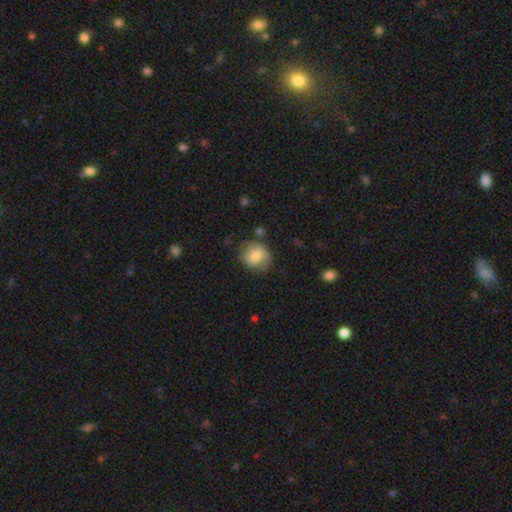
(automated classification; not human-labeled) smooth_or_featured: smooth (p=0.77) [alt: featured or disk p=0.15]
how_rounded: round (p=0.81) [alt: in between p=0.18]
merging: none (p=0.73) [alt: minor disturbance p=0.19]